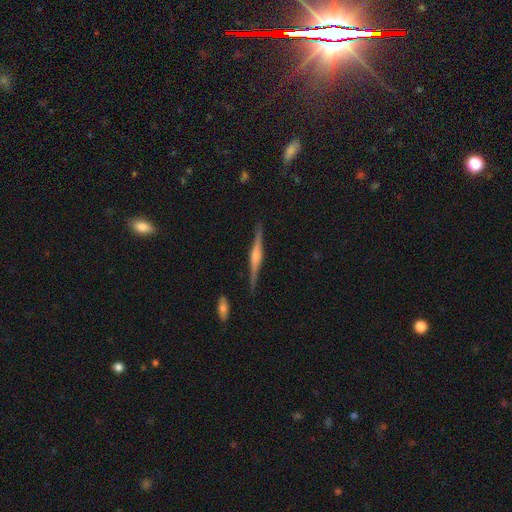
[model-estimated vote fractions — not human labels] Smooth or featured? Predicted: featured or disk (p=0.83). Edge-on disk? Predicted: yes (p=0.98). Edge-on bulge? Predicted: rounded (p=0.77). Merging? Predicted: none (p=0.89).